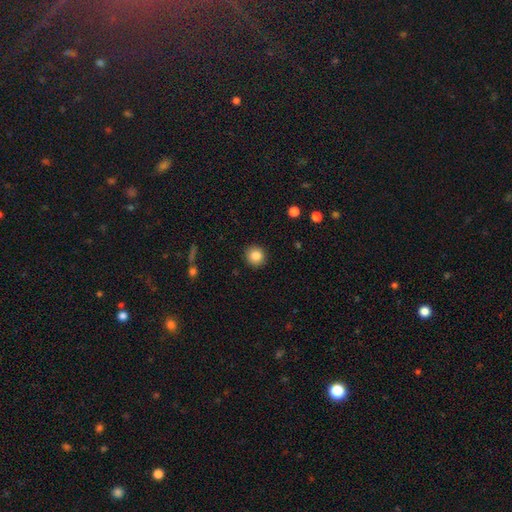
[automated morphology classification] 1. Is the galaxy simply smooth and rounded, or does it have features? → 85% smooth, 10% star or artifact, 6% featured or disk.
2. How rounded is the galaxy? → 91% round, 8% in between, 1% cigar-shaped.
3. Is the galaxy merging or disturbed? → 92% none, 5% minor disturbance, 2% major disturbance, 1% merger.